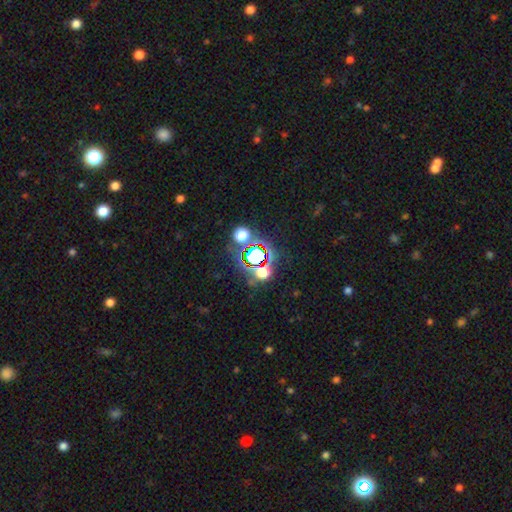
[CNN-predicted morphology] A star or artifact, not a galaxy (64%).